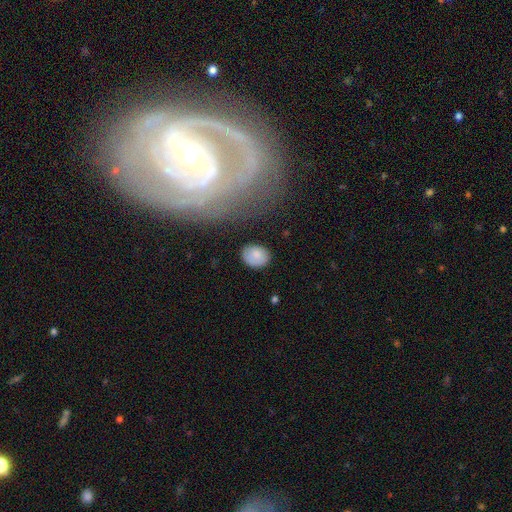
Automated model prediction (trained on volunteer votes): This is clearly a smooth galaxy (84%). How rounded: possibly in between (59%). Merging: likely none (80%).